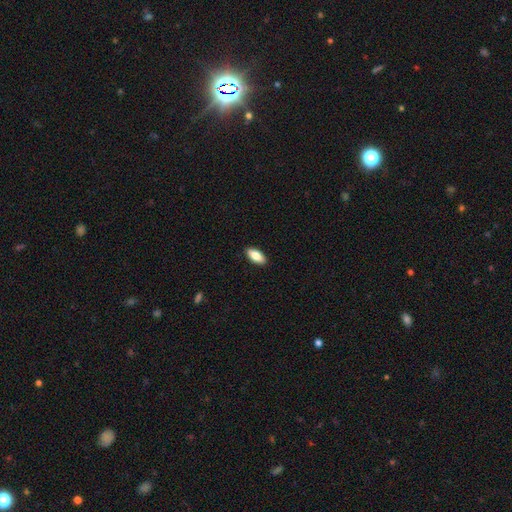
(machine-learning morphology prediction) This is clearly a smooth galaxy (84%). How rounded: clearly in between (86%). Merging: clearly none (90%).